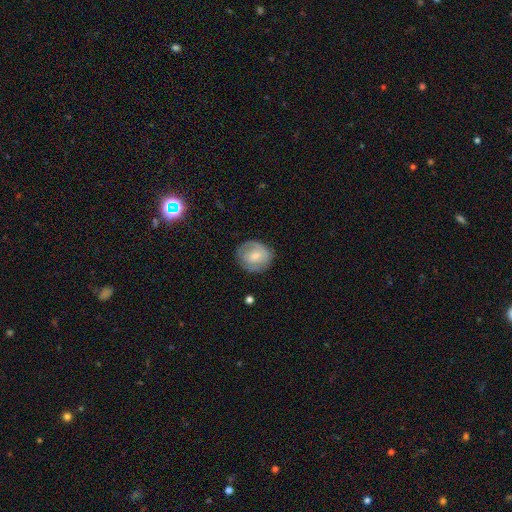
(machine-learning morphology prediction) Q: Smooth or featured?
A: smooth (53%); runner-up: featured or disk (40%)
Q: How rounded?
A: round (71%); runner-up: in between (28%)
Q: Merging?
A: none (75%); runner-up: minor disturbance (18%)